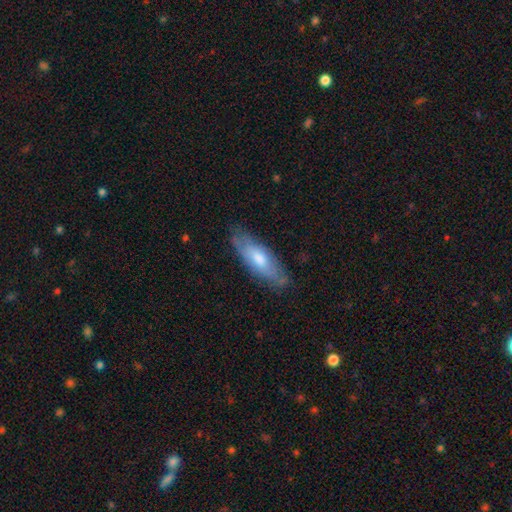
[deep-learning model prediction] Overall: smooth (50%; featured or disk 44%). How rounded: in between (56%; cigar-shaped 42%). Merging: none (77%).